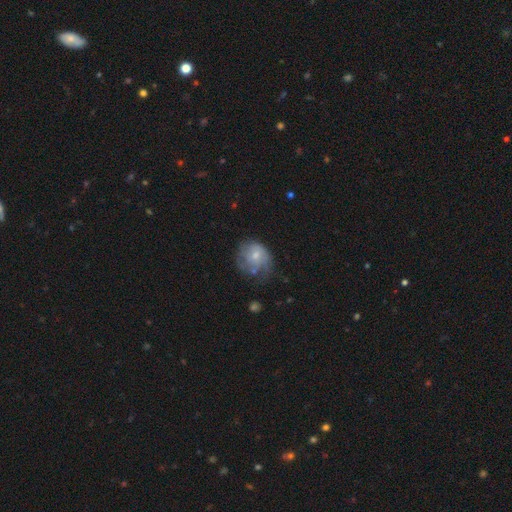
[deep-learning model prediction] Smooth or featured: smooth — 53% (featured or disk — 39%)
How rounded: round — 67% (in between — 32%)
Merging: none — 39% (minor disturbance — 31%)